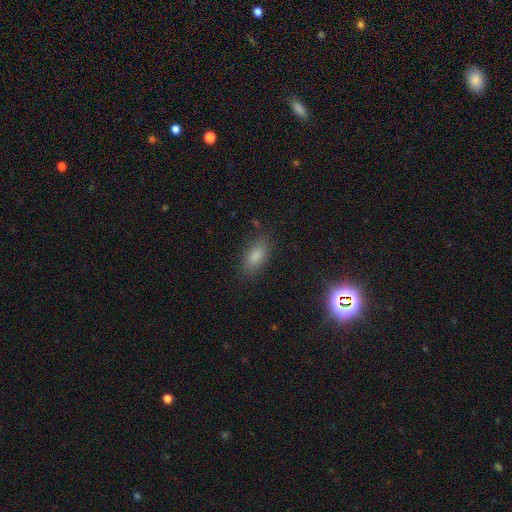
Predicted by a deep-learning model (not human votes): A smooth galaxy with no disk features (81%) that is in between round and cigar-shaped (87%).

Vote fractions:
- Smooth or featured? smooth: 81% / star or artifact: 12% / featured or disk: 7%
- How rounded? in between: 87% / cigar-shaped: 8% / round: 5%
- Merging? none: 82% / minor disturbance: 12% / major disturbance: 4% / merger: 2%